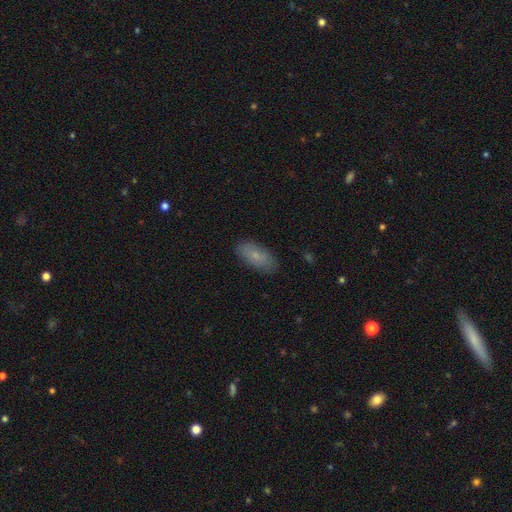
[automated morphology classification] Overall: smooth (77%). How rounded: in between (86%). Merging: none (84%).